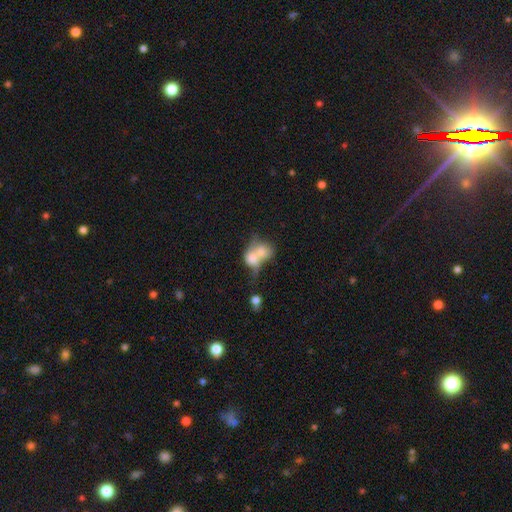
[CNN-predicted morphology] Q: Smooth or featured?
A: smooth (68%); runner-up: featured or disk (24%)
Q: How rounded?
A: in between (53%); runner-up: round (45%)
Q: Merging?
A: merger (77%); runner-up: none (11%)